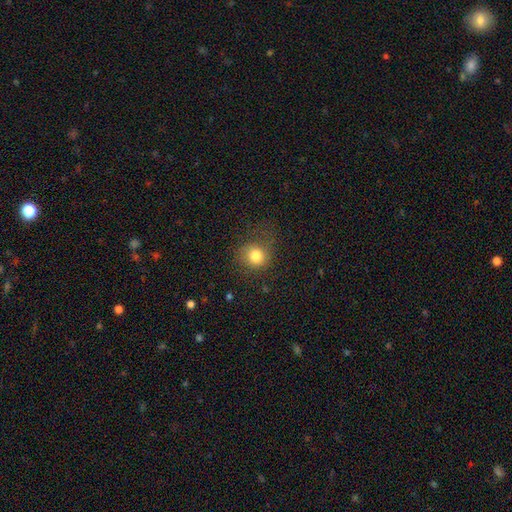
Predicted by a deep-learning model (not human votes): Morphology: type=smooth (81%); roundness=round (83%); merging=none (70%).